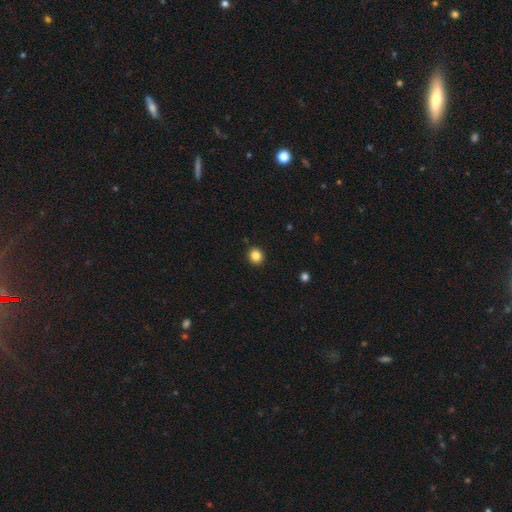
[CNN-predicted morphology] A smooth galaxy with no disk features (85%) that is round (86%).

Vote fractions:
- Smooth or featured? smooth: 85% / star or artifact: 11% / featured or disk: 4%
- How rounded? round: 86% / in between: 13% / cigar-shaped: 1%
- Merging? none: 92% / minor disturbance: 5% / major disturbance: 2% / merger: 1%